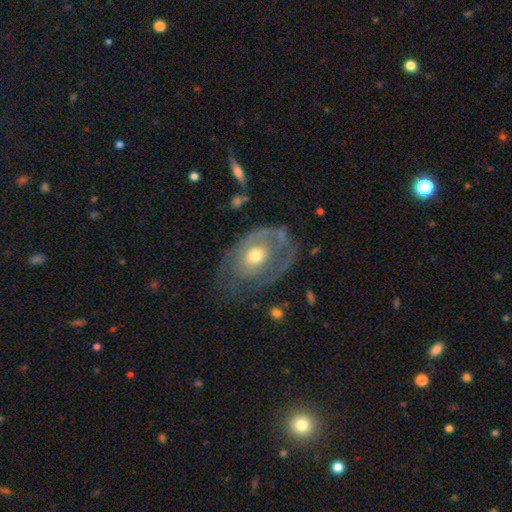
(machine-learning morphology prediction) smooth-or-featured: featured or disk: 67% | smooth: 27% | star or artifact: 6%
  disk-edge-on: no: 94% | yes: 6%
    bar: no: 83% | weak: 14% | strong: 3%
    has-spiral-arms: yes: 54% | no: 46%
    bulge-size: moderate: 63% | small: 29% | large: 6% | dominant: 1% | none: 1%
  merging: none: 46% | major disturbance: 27% | minor disturbance: 24% | merger: 3%